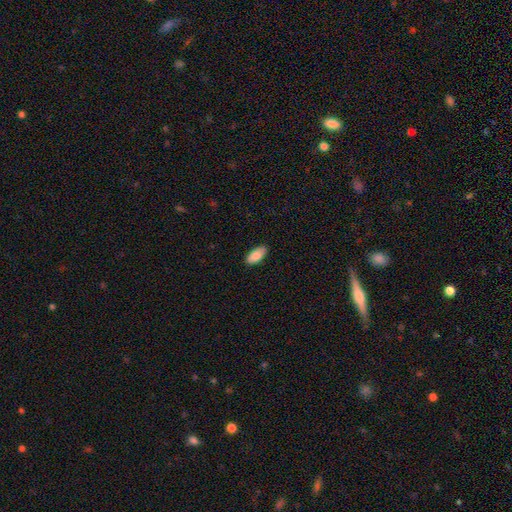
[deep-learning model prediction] A smooth galaxy with no disk features (86%) that is in between round and cigar-shaped (89%). Merging: none (88%).